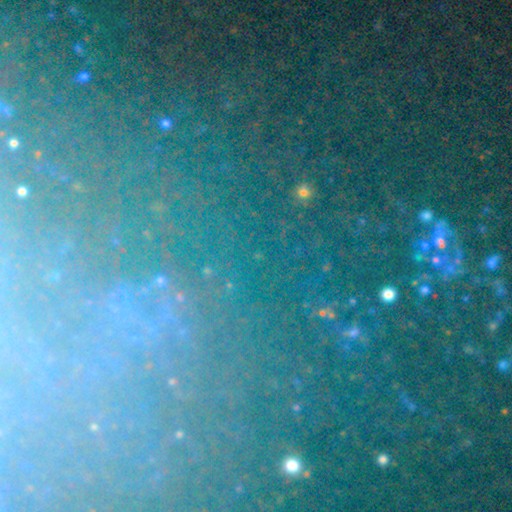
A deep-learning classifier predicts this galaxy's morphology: This is likely a star or artifact rather than a galaxy (68%).